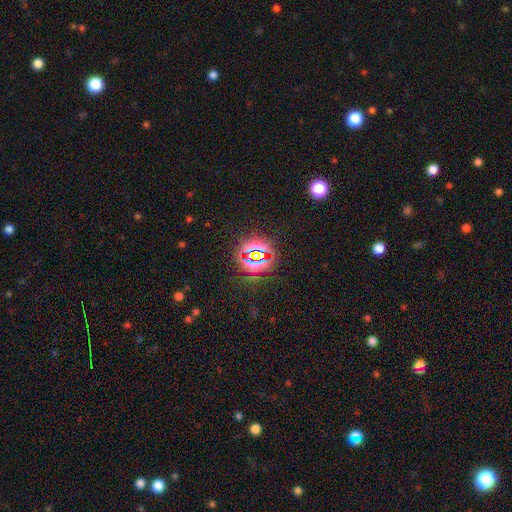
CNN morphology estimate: A star or artifact, not a galaxy (79%).

Vote fractions:
- Smooth or featured? star or artifact: 79% / smooth: 13% / featured or disk: 9%